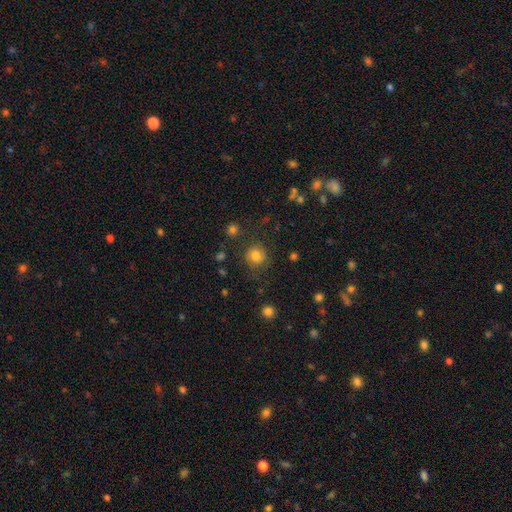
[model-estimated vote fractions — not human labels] Morphology: type=smooth (78%); roundness=round (88%); merging=none (78%).